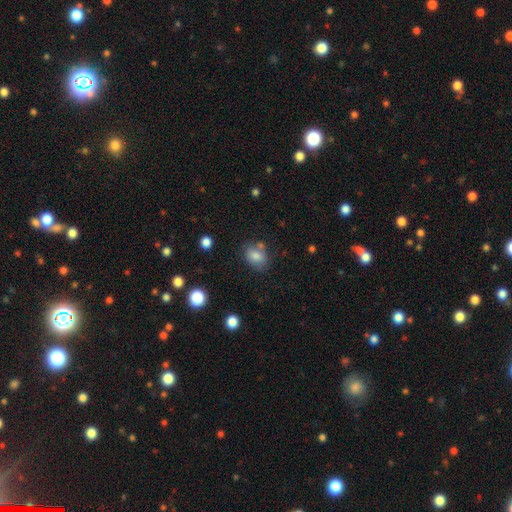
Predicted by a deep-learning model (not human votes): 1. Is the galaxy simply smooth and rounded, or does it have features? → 80% smooth, 11% featured or disk, 10% star or artifact.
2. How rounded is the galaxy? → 69% in between, 30% round, 1% cigar-shaped.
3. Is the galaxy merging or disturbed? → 64% none, 19% minor disturbance, 12% merger, 5% major disturbance.